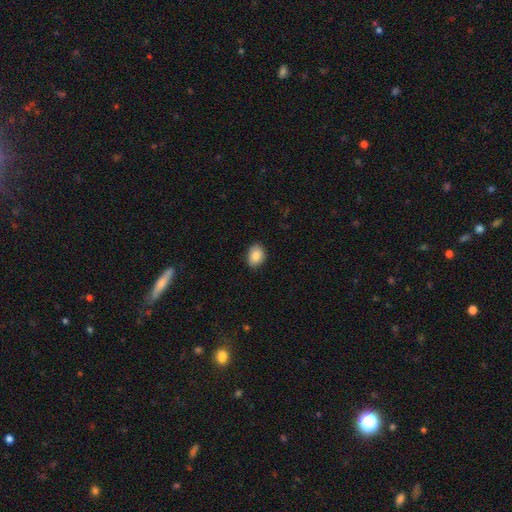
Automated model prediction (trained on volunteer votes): Morphology: type=smooth (85%); roundness=in between (70%); merging=none (87%).